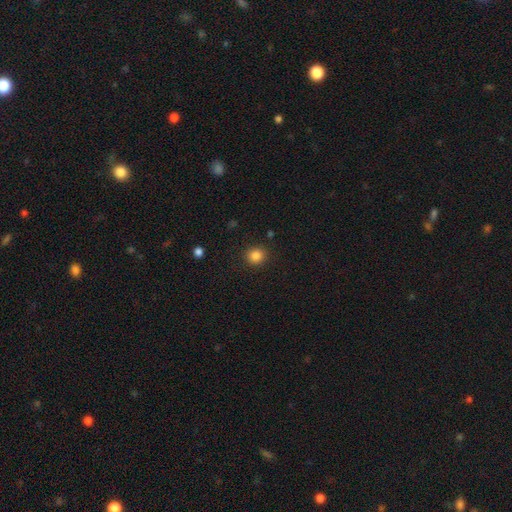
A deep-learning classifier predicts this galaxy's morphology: Smooth or featured: smooth — 85% (star or artifact — 11%)
How rounded: round — 87% (in between — 12%)
Merging: none — 90% (minor disturbance — 7%)